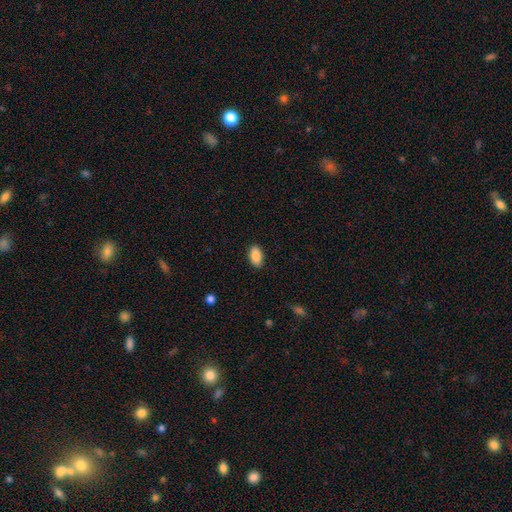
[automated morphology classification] This is clearly a smooth galaxy (88%). How rounded: clearly in between (94%). Merging: clearly none (88%).